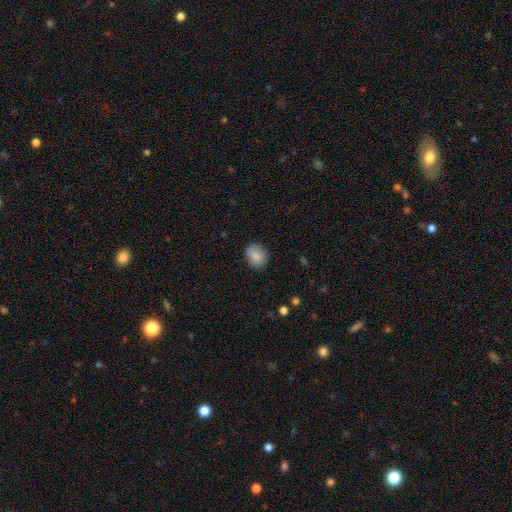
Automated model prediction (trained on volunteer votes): Q: Smooth or featured?
A: smooth (85%); runner-up: featured or disk (8%)
Q: How rounded?
A: in between (54%); runner-up: round (45%)
Q: Merging?
A: none (81%); runner-up: minor disturbance (15%)